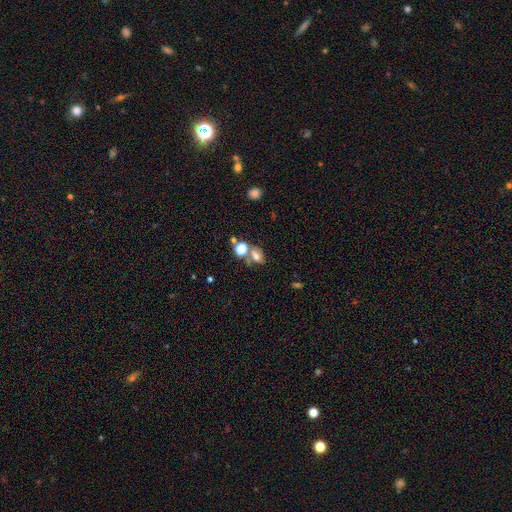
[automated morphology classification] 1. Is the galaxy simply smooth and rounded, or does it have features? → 59% smooth, 23% star or artifact, 19% featured or disk.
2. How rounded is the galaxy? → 66% in between, 32% round, 2% cigar-shaped.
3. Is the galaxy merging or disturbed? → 45% none, 32% merger, 14% minor disturbance, 9% major disturbance.